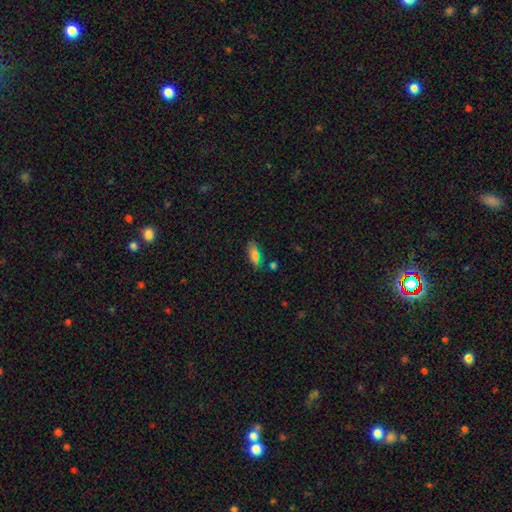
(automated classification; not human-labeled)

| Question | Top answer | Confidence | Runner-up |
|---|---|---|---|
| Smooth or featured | smooth | 71% | star or artifact (17%) |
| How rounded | in between | 75% | cigar-shaped (21%) |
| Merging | none | 73% | minor disturbance (18%) |